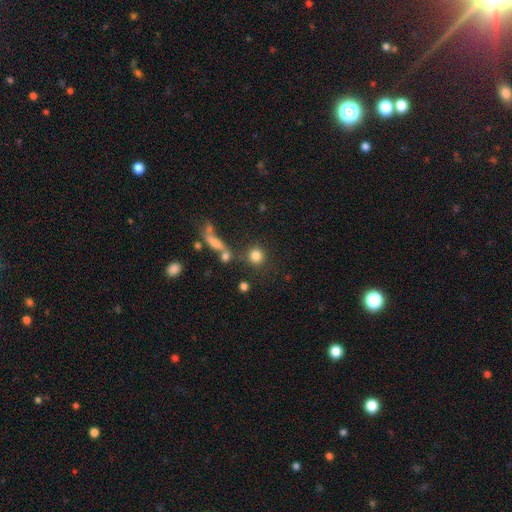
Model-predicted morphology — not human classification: A smooth galaxy with no disk features (80%) that is round (88%). Merging: none (69%).